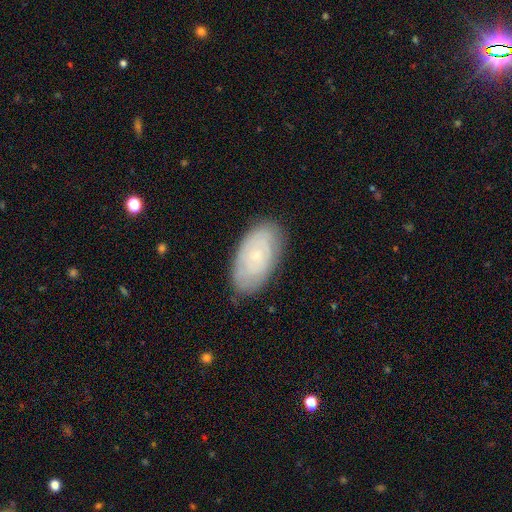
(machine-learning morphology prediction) Smooth or featured? featured or disk (53%)
Edge-on disk? no (93%)
Merging? none (80%)